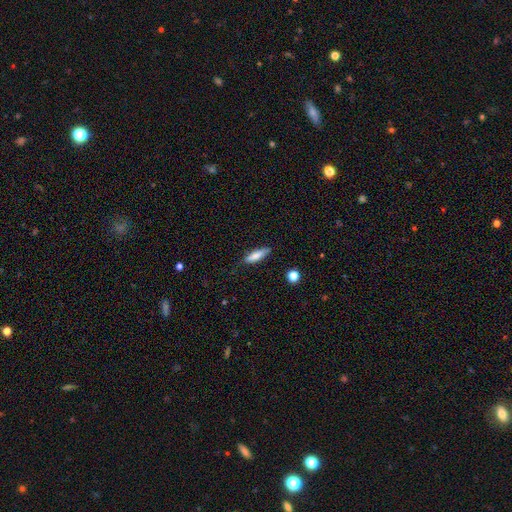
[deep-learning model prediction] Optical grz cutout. It shows a smooth galaxy with no disk features (75%) that is cigar-shaped (66%). Merging: none (77%).